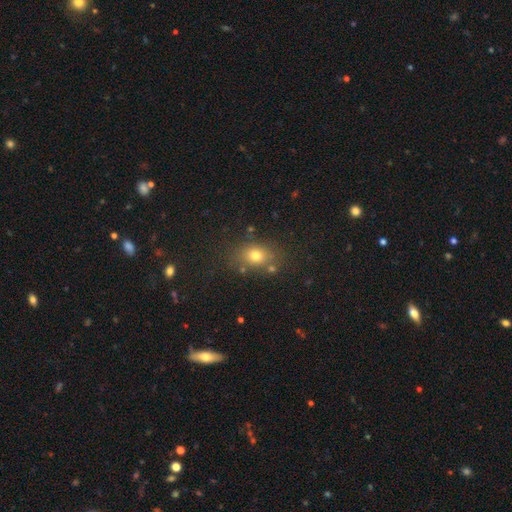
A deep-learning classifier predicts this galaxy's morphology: Smooth or featured? Predicted: smooth (p=0.72). How rounded? Predicted: in between (p=0.56). Merging? Predicted: none (p=0.75).